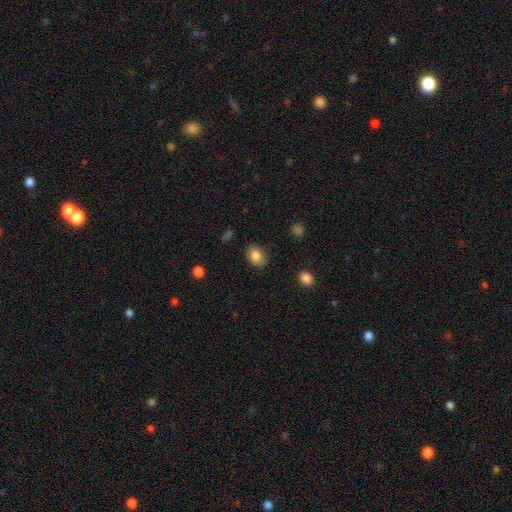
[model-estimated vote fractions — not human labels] Q: Smooth or featured?
A: smooth (83%); runner-up: star or artifact (9%)
Q: How rounded?
A: in between (69%); runner-up: round (30%)
Q: Merging?
A: none (83%); runner-up: minor disturbance (13%)